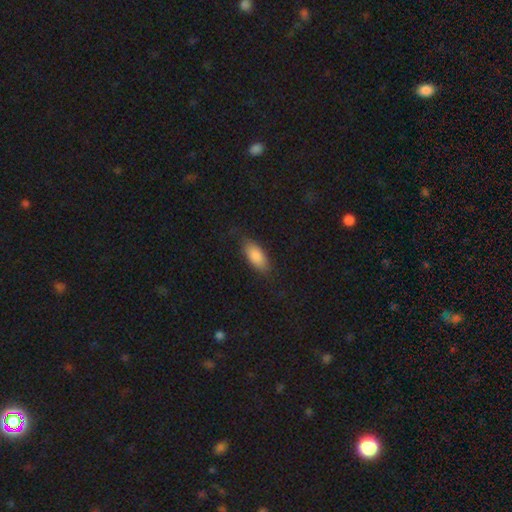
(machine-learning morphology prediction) smooth-or-featured: smooth: 85% | featured or disk: 8% | star or artifact: 6%
  how-rounded: in between: 86% | cigar-shaped: 12% | round: 2%
  merging: none: 78% | minor disturbance: 16% | major disturbance: 5% | merger: 1%